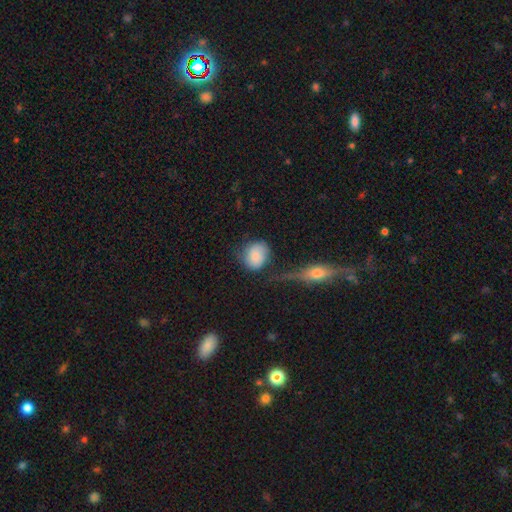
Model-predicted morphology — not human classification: Smooth or featured? smooth (78%)
How rounded? round (63%)
Merging? none (49%)